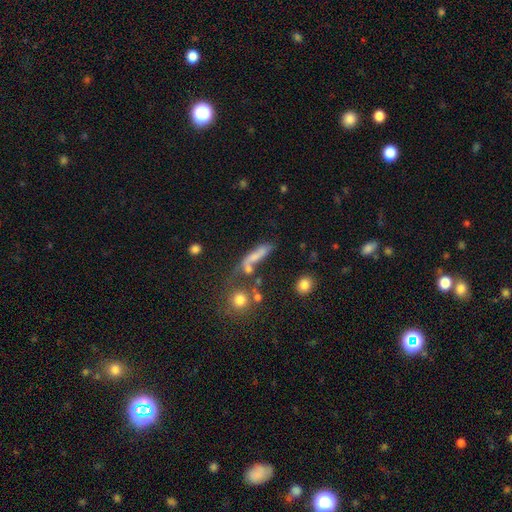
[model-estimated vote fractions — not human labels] smooth-or-featured: smooth: 54% | featured or disk: 33% | star or artifact: 13%
  how-rounded: cigar-shaped: 56% | in between: 35% | round: 9%
  merging: none: 32% | merger: 28% | major disturbance: 21% | minor disturbance: 18%